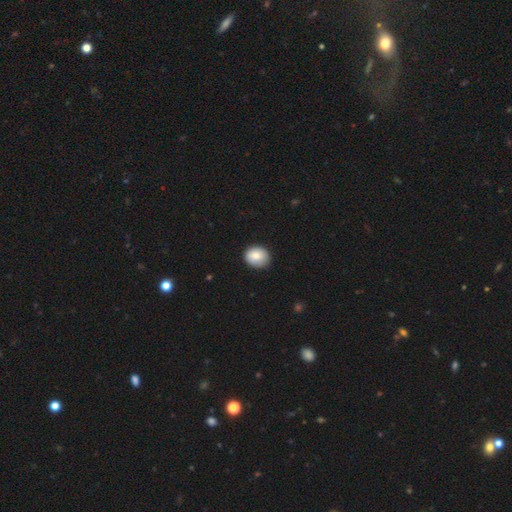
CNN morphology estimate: The model was most divided on "how rounded": round: 60%, in between: 39%, cigar-shaped: 1%. More confident: merging — none (85%); smooth or featured — smooth (82%).